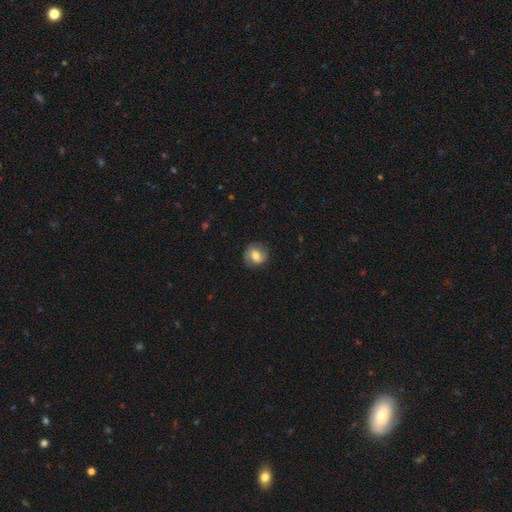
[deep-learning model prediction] Smooth or featured?
  - smooth: 59% *
  - featured or disk: 33%
  - star or artifact: 8%
How rounded?
  - round: 70% *
  - in between: 28%
  - cigar-shaped: 1%
Merging?
  - none: 78% *
  - minor disturbance: 16%
  - major disturbance: 5%
  - merger: 1%